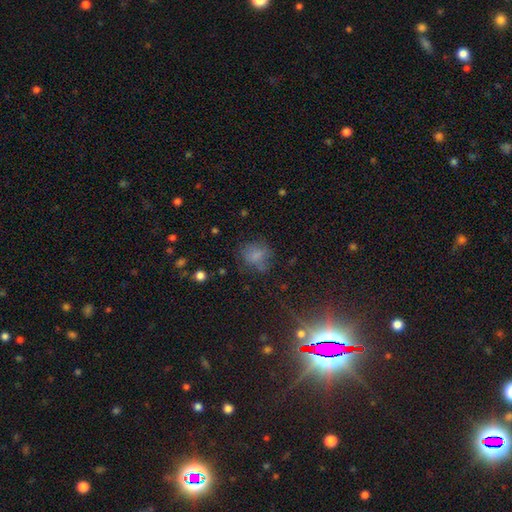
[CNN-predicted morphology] Smooth or featured? Predicted: smooth (p=0.66). How rounded? Predicted: round (p=0.57). Merging? Predicted: none (p=0.56).